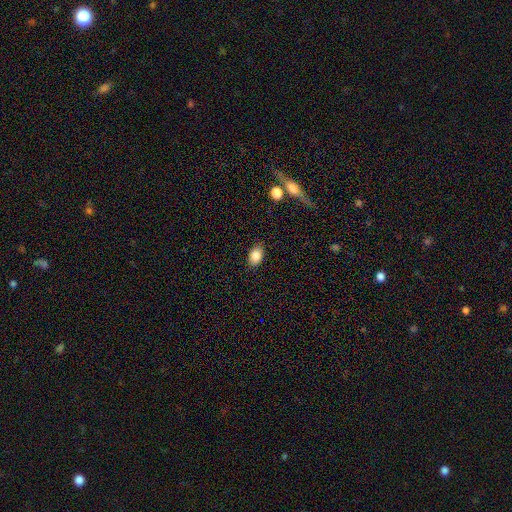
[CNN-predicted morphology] Smooth or featured? smooth (85%)
How rounded? in between (86%)
Merging? none (85%)